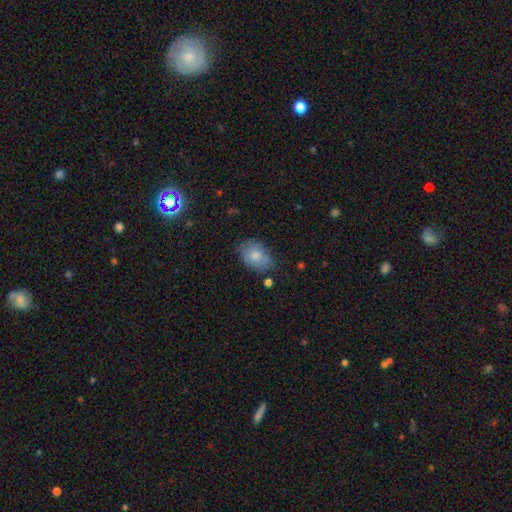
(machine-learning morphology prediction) type=smooth (77%); roundness=in between (75%); merging=none (71%).